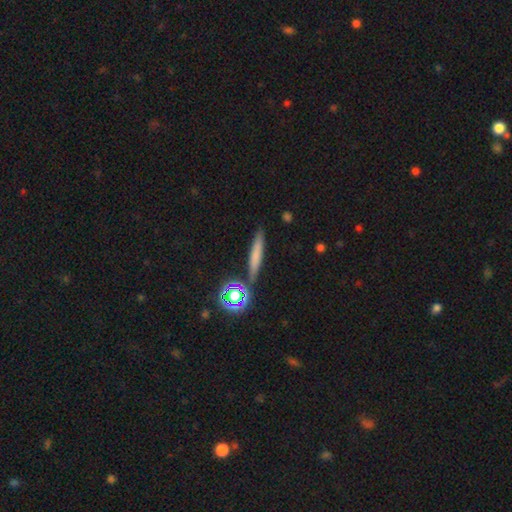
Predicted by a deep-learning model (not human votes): This is likely a smooth galaxy (65%). How rounded: clearly cigar-shaped (86%). Merging: clearly none (83%).